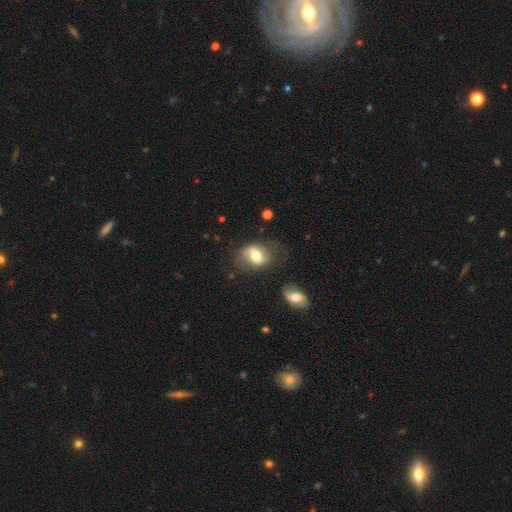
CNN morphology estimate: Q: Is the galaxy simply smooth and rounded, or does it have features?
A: smooth — 56%.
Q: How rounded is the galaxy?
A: in between — 70%.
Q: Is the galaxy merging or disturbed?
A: none — 59%.